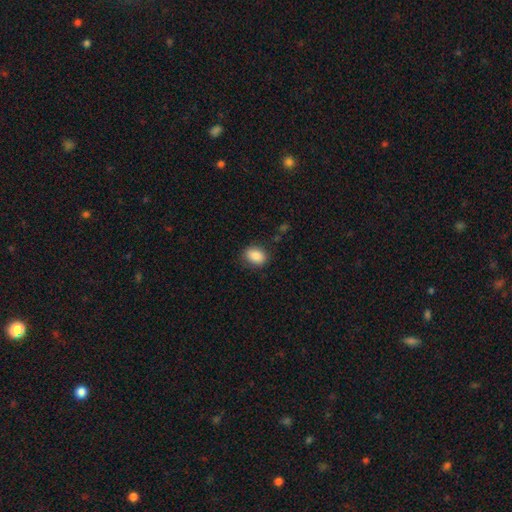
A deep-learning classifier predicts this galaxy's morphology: This is clearly a smooth galaxy (87%). How rounded: likely in between (71%). Merging: clearly none (83%).